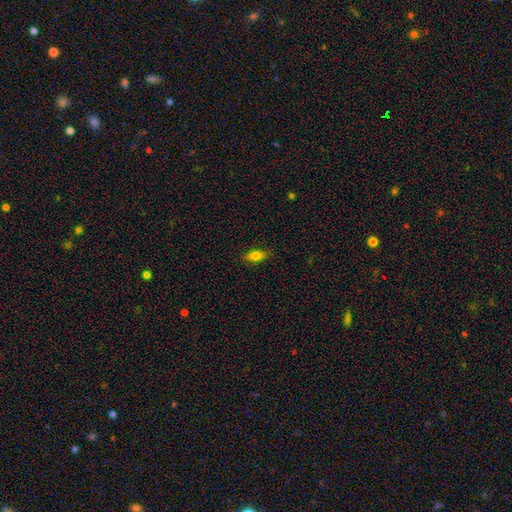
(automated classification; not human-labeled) smooth 76%, featured or disk 16%, star or artifact 9%. Down the decision tree: how rounded — in between (80%); merging — none (86%).